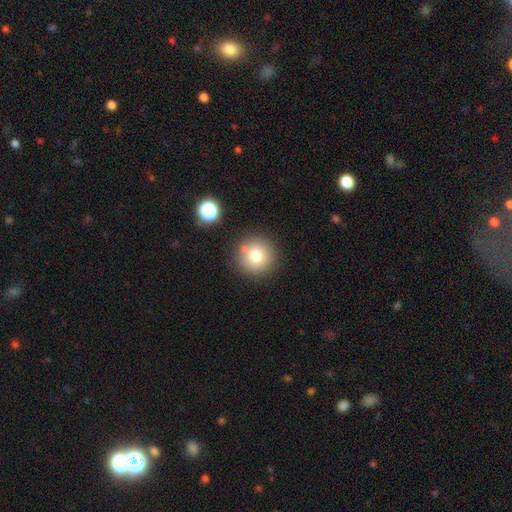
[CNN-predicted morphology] Smooth or featured?
  - smooth: 77% *
  - star or artifact: 12%
  - featured or disk: 11%
How rounded?
  - round: 95% *
  - in between: 4%
  - cigar-shaped: 1%
Merging?
  - none: 82% *
  - minor disturbance: 8%
  - merger: 7%
  - major disturbance: 3%